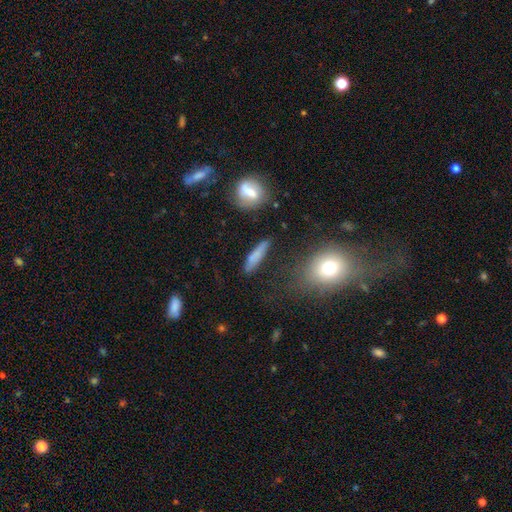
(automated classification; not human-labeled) Morphology: type=smooth (68%); roundness=cigar-shaped (82%); merging=none (78%).